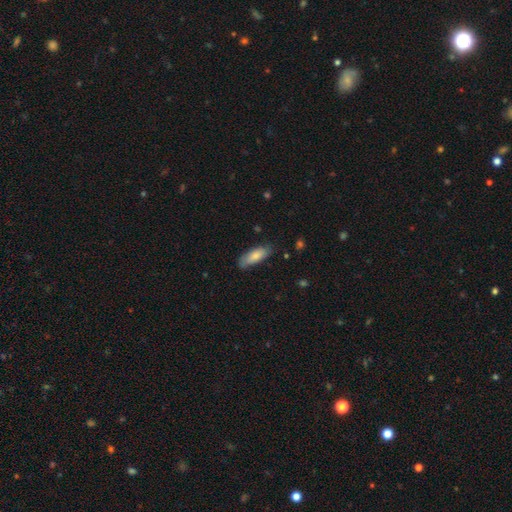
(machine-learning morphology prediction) Smooth or featured?
  - smooth: 80% *
  - featured or disk: 14%
  - star or artifact: 6%
How rounded?
  - in between: 69% *
  - cigar-shaped: 30%
  - round: 2%
Merging?
  - none: 74% *
  - minor disturbance: 21%
  - major disturbance: 4%
  - merger: 2%